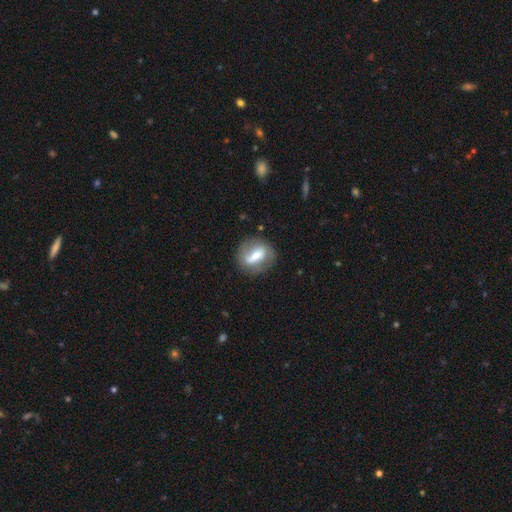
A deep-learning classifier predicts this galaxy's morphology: smooth_or_featured: featured or disk (p=0.49) [alt: smooth p=0.44]
merging: none (p=0.73) [alt: minor disturbance p=0.16]